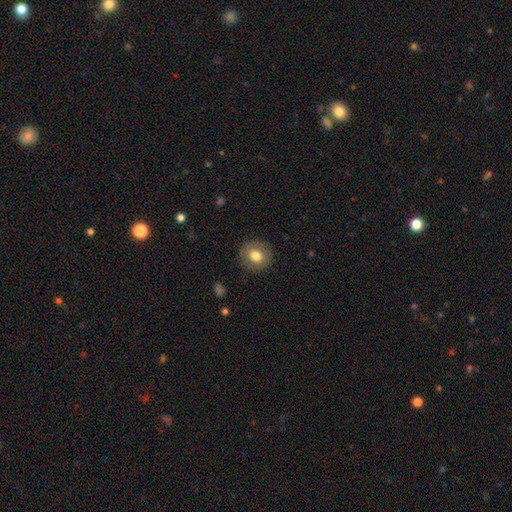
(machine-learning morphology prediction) Smooth or featured? Predicted: smooth (p=0.77). How rounded? Predicted: round (p=0.85). Merging? Predicted: none (p=0.88).